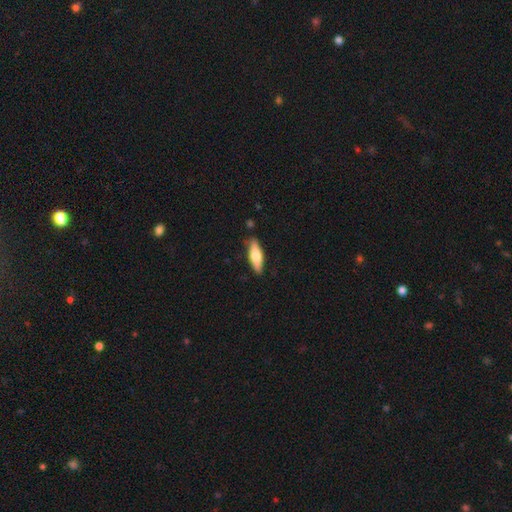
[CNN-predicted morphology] Q: Smooth or featured?
A: smooth (61%); runner-up: featured or disk (34%)
Q: How rounded?
A: cigar-shaped (53%); runner-up: in between (45%)
Q: Merging?
A: none (85%); runner-up: minor disturbance (11%)